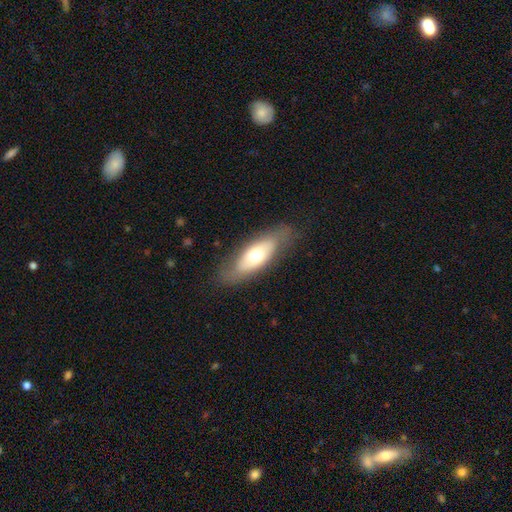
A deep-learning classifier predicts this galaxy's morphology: Smooth or featured: smooth — 53% (featured or disk — 41%)
How rounded: in between — 73% (cigar-shaped — 24%)
Merging: none — 75% (minor disturbance — 17%)